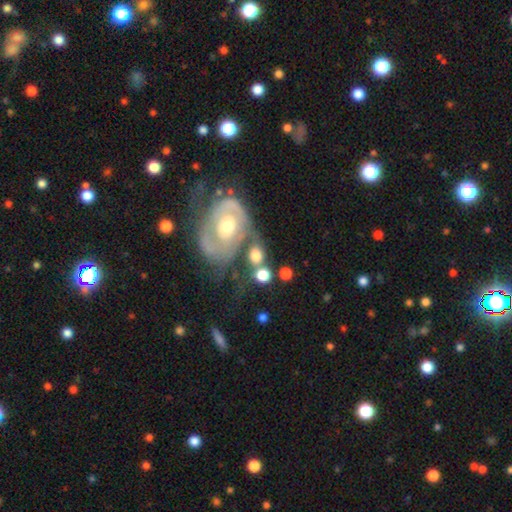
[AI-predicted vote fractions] Smooth or featured?
  - smooth: 58% *
  - featured or disk: 33%
  - star or artifact: 9%
How rounded?
  - round: 53% *
  - in between: 45%
  - cigar-shaped: 2%
Merging?
  - merger: 40% *
  - none: 35%
  - minor disturbance: 14%
  - major disturbance: 12%